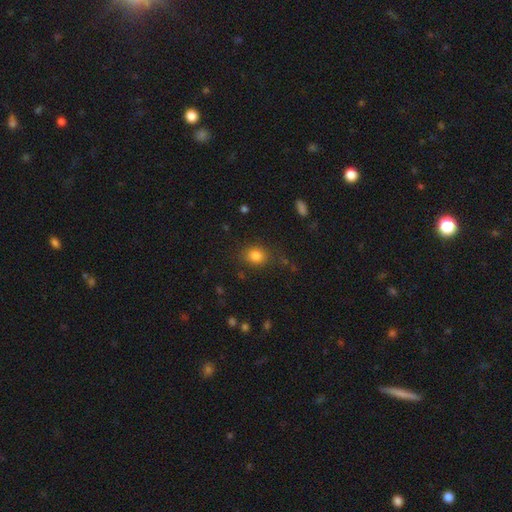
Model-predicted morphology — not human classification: smooth 82%, star or artifact 12%, featured or disk 6%. Down the decision tree: how rounded — round (59%); merging — none (80%).